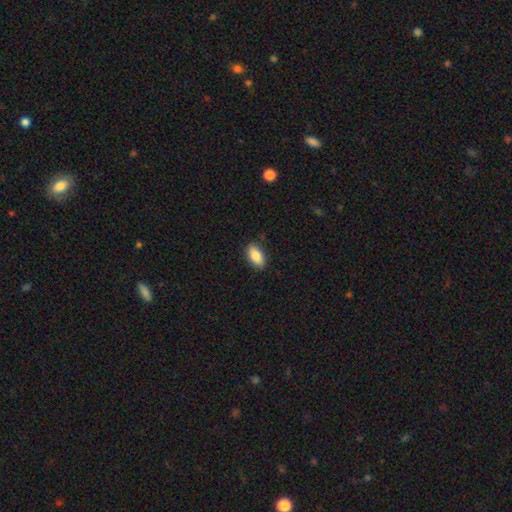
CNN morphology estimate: This is clearly a smooth galaxy (86%). How rounded: clearly in between (90%). Merging: clearly none (86%).